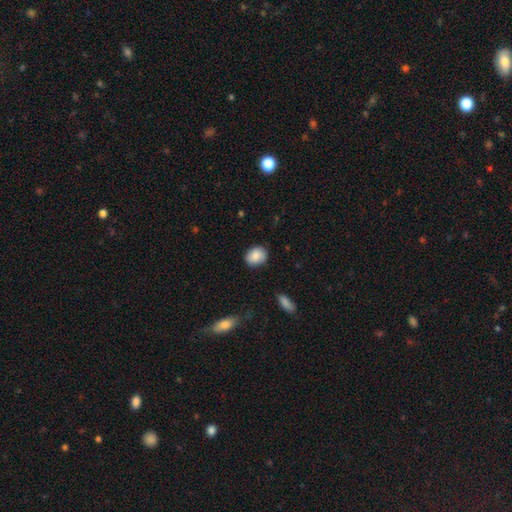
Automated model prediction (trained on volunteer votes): smooth_or_featured: smooth (p=0.85) [alt: featured or disk p=0.08]
how_rounded: round (p=0.49) [tied with: in between p=0.49]
merging: none (p=0.83) [alt: minor disturbance p=0.13]